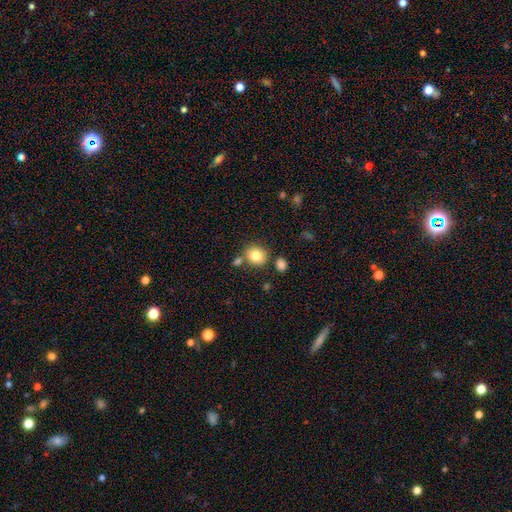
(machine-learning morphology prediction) Smooth or featured? smooth (81%)
How rounded? round (78%)
Merging? none (74%)